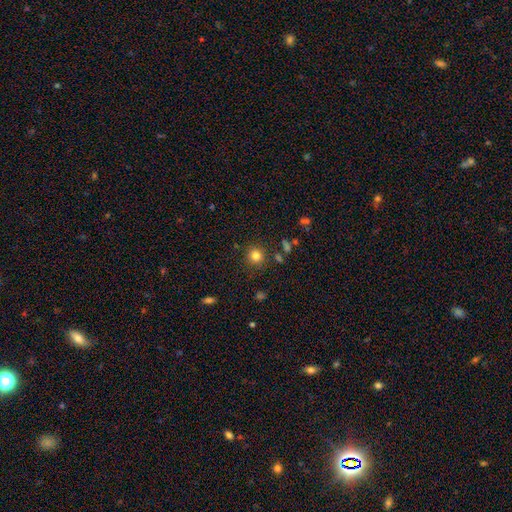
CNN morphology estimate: Smooth or featured: smooth — 80% (star or artifact — 13%)
How rounded: round — 91% (in between — 8%)
Merging: none — 86% (minor disturbance — 8%)